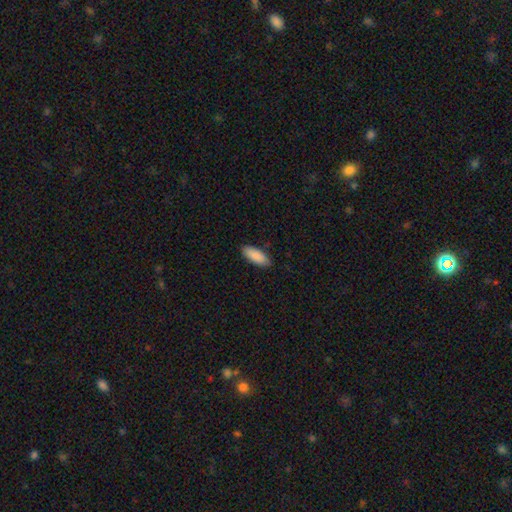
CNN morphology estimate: smooth_or_featured: smooth (p=0.90) [alt: star or artifact p=0.06]
how_rounded: in between (p=0.75) [alt: cigar-shaped p=0.23]
merging: none (p=0.87) [alt: minor disturbance p=0.11]